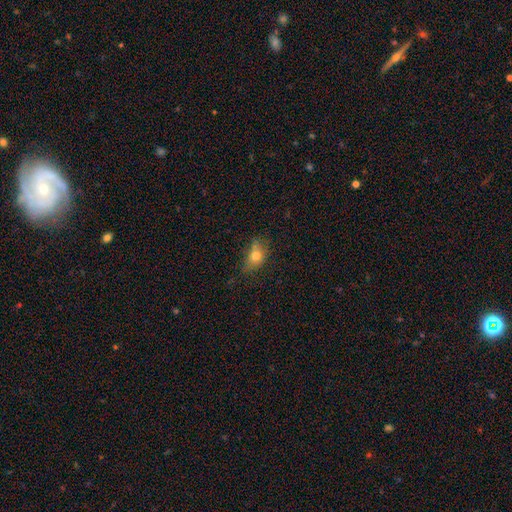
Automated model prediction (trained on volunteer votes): A smooth galaxy with no disk features (74%) that is in between round and cigar-shaped (71%).

Vote fractions:
- Smooth or featured? smooth: 74% / featured or disk: 14% / star or artifact: 12%
- How rounded? in between: 71% / round: 26% / cigar-shaped: 3%
- Merging? none: 51% / minor disturbance: 33% / major disturbance: 11% / merger: 5%